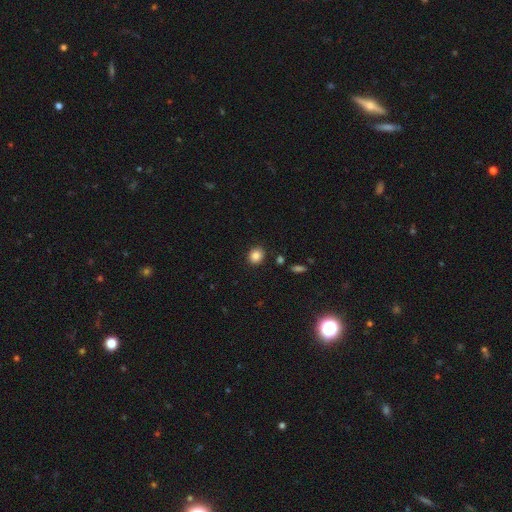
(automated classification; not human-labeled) Smooth or featured? Predicted: smooth (p=0.86). How rounded? Predicted: round (p=0.72). Merging? Predicted: none (p=0.88).